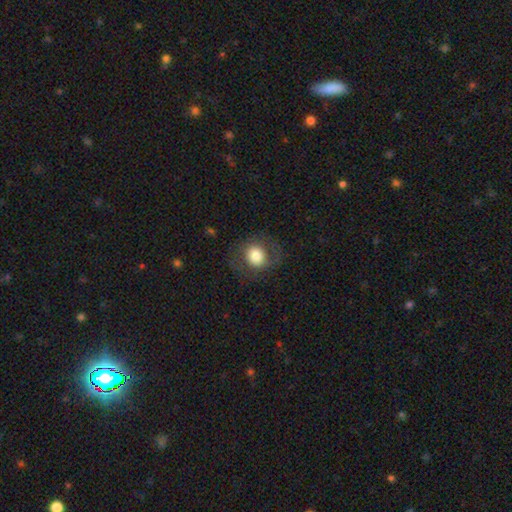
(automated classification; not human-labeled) The model was most divided on "smooth or featured": smooth: 72%, featured or disk: 19%, star or artifact: 9%. More confident: how rounded — round (81%); merging — none (77%).